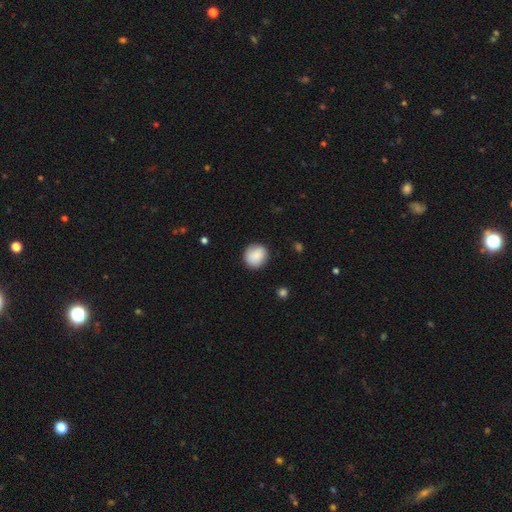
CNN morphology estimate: Smooth or featured? Predicted: smooth (p=0.86). How rounded? Predicted: round (p=0.84). Merging? Predicted: none (p=0.83).